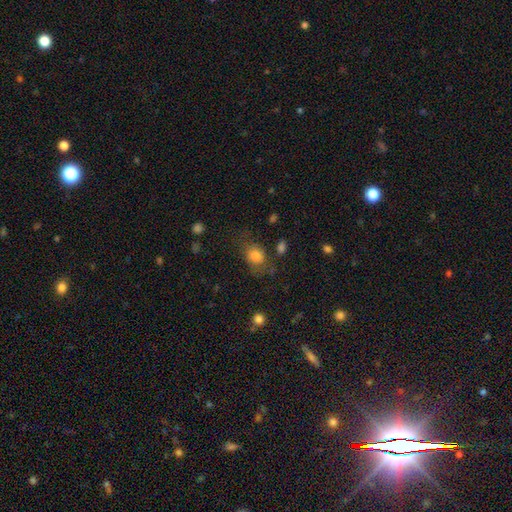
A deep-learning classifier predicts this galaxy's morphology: Smooth or featured? smooth (79%)
How rounded? in between (55%)
Merging? none (59%)